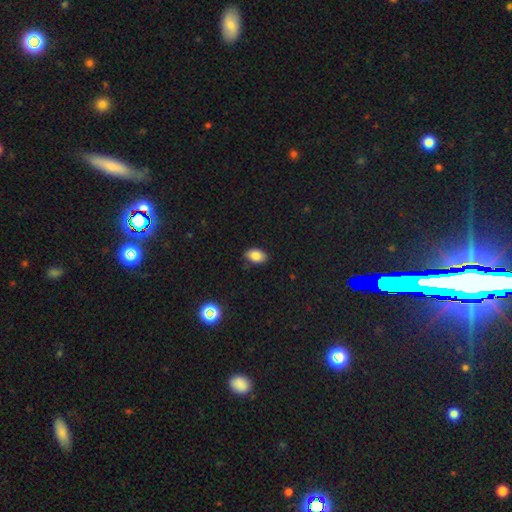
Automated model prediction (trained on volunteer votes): Overall: smooth (85%). How rounded: in between (87%). Merging: none (84%).